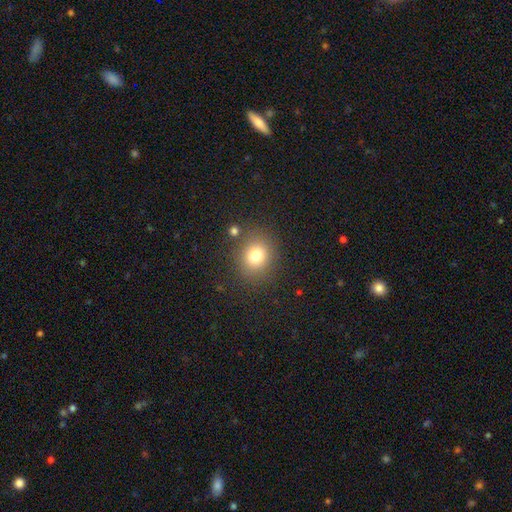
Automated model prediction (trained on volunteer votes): smooth-or-featured: smooth: 77% | star or artifact: 14% | featured or disk: 9%
  how-rounded: round: 76% | in between: 23% | cigar-shaped: 1%
  merging: none: 83% | minor disturbance: 9% | merger: 4% | major disturbance: 4%